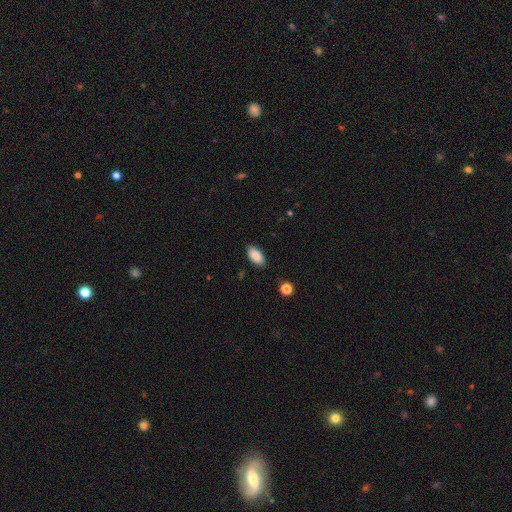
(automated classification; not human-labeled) smooth_or_featured: smooth (p=0.88) [alt: star or artifact p=0.07]
how_rounded: in between (p=0.94) [alt: cigar-shaped p=0.04]
merging: none (p=0.87) [alt: minor disturbance p=0.09]